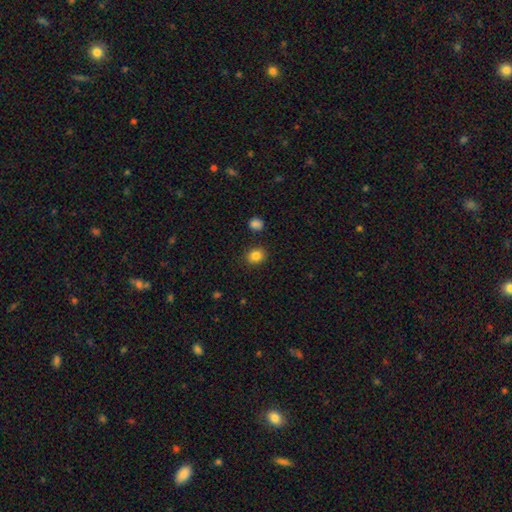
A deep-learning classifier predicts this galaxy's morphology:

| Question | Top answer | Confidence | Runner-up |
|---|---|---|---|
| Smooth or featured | smooth | 85% | star or artifact (10%) |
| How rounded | round | 68% | in between (31%) |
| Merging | none | 87% | minor disturbance (8%) |